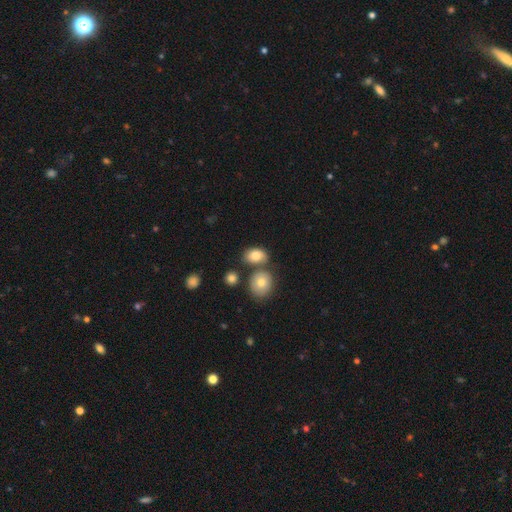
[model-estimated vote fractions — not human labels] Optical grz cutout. It shows a smooth galaxy with no disk features (80%) that is in between round and cigar-shaped (78%). Merging: none (56%).